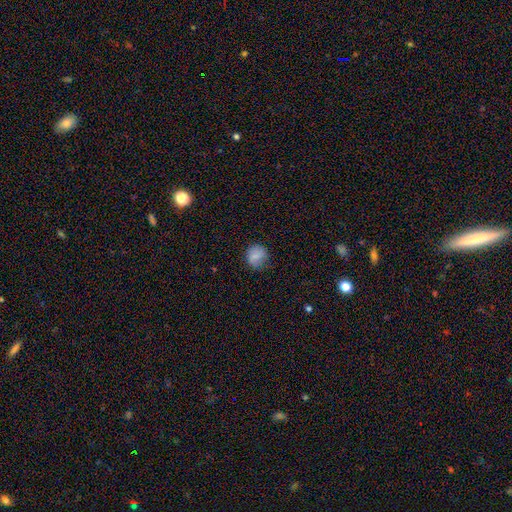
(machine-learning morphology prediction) This appears to be a smooth galaxy with no disk features (80%) that is round (84%). Merging: none (69%).